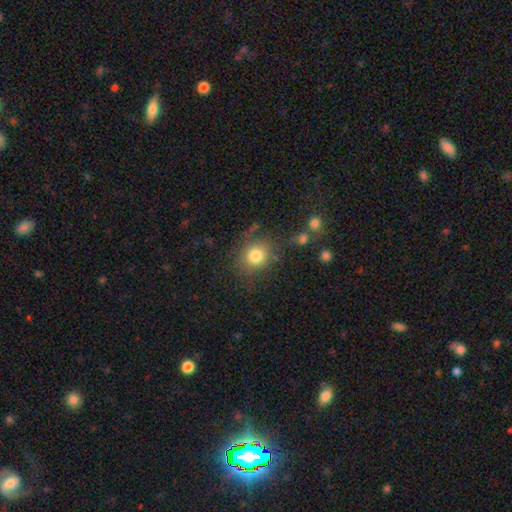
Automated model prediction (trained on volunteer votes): Smooth or featured?
  - smooth: 80% *
  - star or artifact: 11%
  - featured or disk: 9%
How rounded?
  - round: 75% *
  - in between: 24%
  - cigar-shaped: 1%
Merging?
  - none: 73% *
  - minor disturbance: 16%
  - major disturbance: 7%
  - merger: 4%